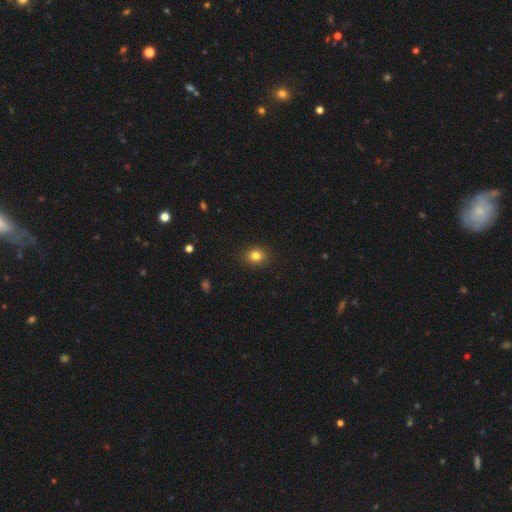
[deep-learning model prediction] Smooth or featured?
  - smooth: 81% *
  - star or artifact: 12%
  - featured or disk: 7%
How rounded?
  - round: 51% *
  - in between: 48%
  - cigar-shaped: 1%
Merging?
  - none: 89% *
  - minor disturbance: 8%
  - major disturbance: 2%
  - merger: 1%